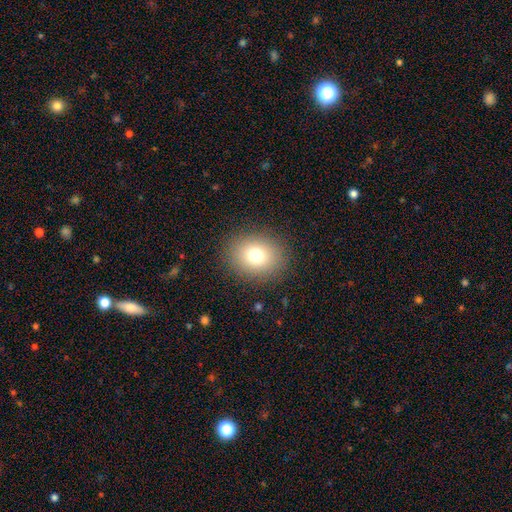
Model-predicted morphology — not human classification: Smooth or featured: smooth — 76% (star or artifact — 13%)
How rounded: round — 59% (in between — 40%)
Merging: none — 88% (minor disturbance — 8%)